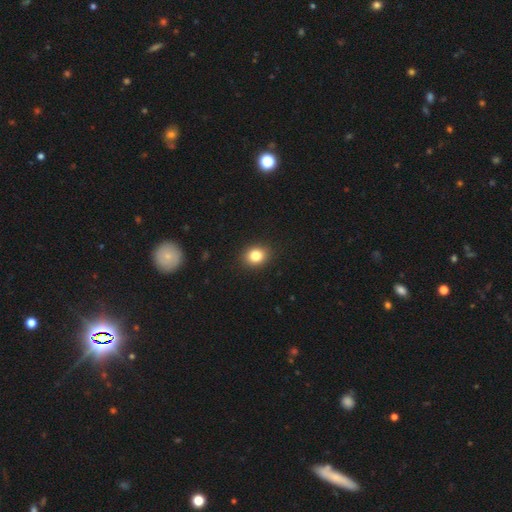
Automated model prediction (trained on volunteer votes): A smooth galaxy with no disk features (83%) that is round (59%).

Vote fractions:
- Smooth or featured? smooth: 83% / star or artifact: 11% / featured or disk: 6%
- How rounded? round: 59% / in between: 40% / cigar-shaped: 1%
- Merging? none: 90% / minor disturbance: 7% / major disturbance: 2% / merger: 1%